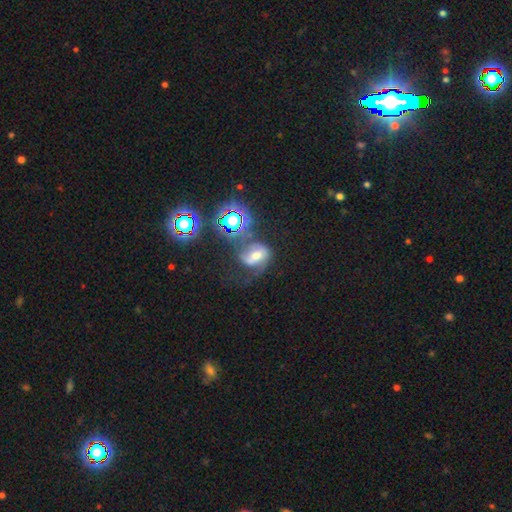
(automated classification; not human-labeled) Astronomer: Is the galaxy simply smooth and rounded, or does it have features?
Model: featured or disk — 58%.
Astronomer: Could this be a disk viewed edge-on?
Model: no — 96%.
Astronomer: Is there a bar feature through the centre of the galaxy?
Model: weak — 38% (runner-up: strong, 32%).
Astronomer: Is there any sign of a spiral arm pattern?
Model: yes — 84%.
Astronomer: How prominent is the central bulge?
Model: moderate — 60%.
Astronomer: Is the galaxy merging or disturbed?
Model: none — 40% (runner-up: major disturbance, 29%).